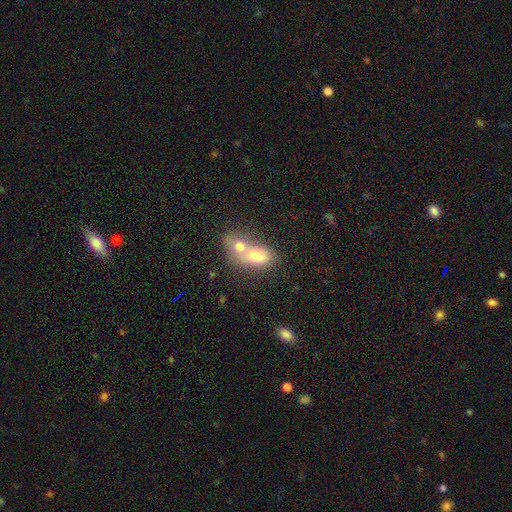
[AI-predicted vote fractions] Smooth or featured? Predicted: smooth (p=0.72). How rounded? Predicted: in between (p=0.76). Merging? Predicted: merger (p=0.75).